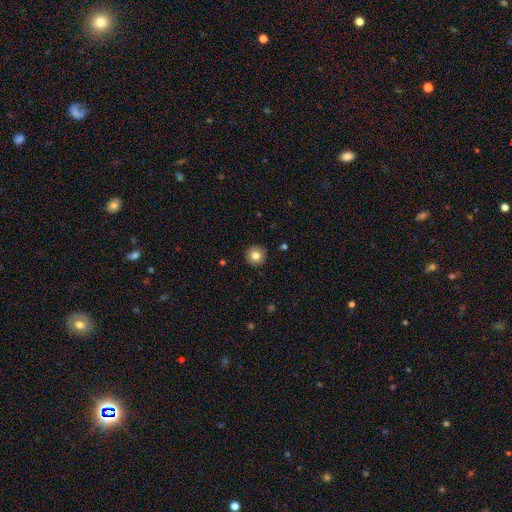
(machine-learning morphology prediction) Q: Smooth or featured?
A: smooth (81%); runner-up: star or artifact (10%)
Q: How rounded?
A: round (95%); runner-up: in between (4%)
Q: Merging?
A: none (91%); runner-up: minor disturbance (6%)